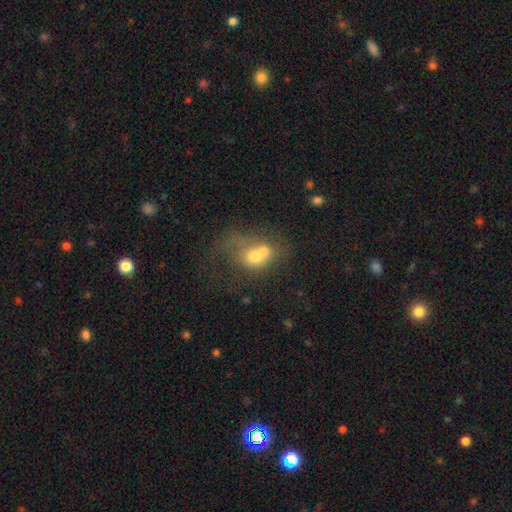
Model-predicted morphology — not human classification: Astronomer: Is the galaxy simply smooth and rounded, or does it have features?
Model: smooth — 59%.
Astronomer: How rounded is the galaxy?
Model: round — 56% (runner-up: in between, 43%).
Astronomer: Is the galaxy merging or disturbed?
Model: merger — 66%.